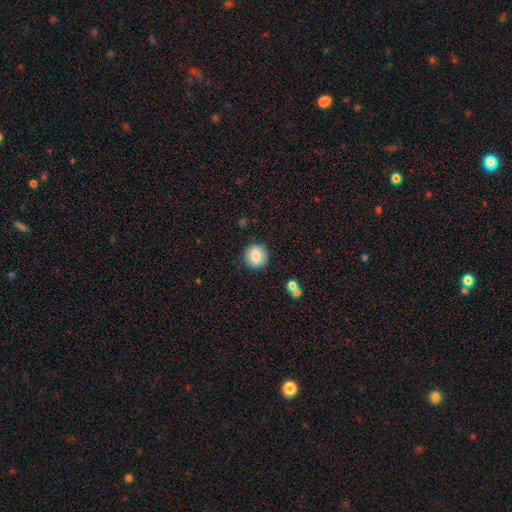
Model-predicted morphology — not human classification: Overall: smooth (74%). How rounded: round (75%). Merging: none (86%).